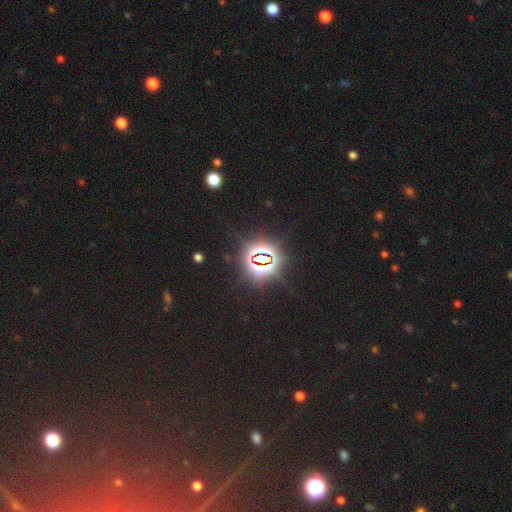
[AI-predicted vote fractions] smooth_or_featured: star or artifact (p=0.80) [alt: smooth p=0.13]